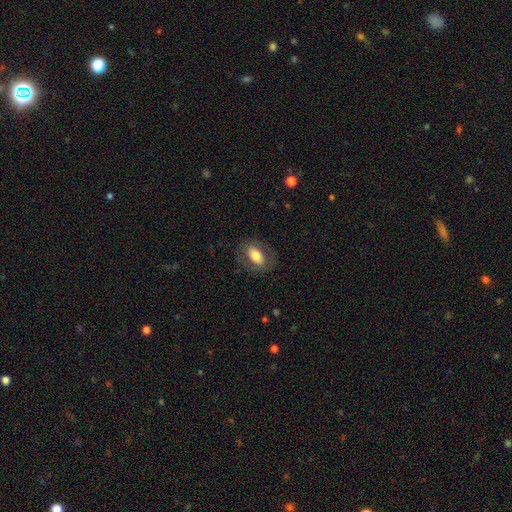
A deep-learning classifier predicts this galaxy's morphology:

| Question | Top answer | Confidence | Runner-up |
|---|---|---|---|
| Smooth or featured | smooth | 66% | featured or disk (27%) |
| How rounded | in between | 84% | round (14%) |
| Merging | none | 78% | minor disturbance (13%) |